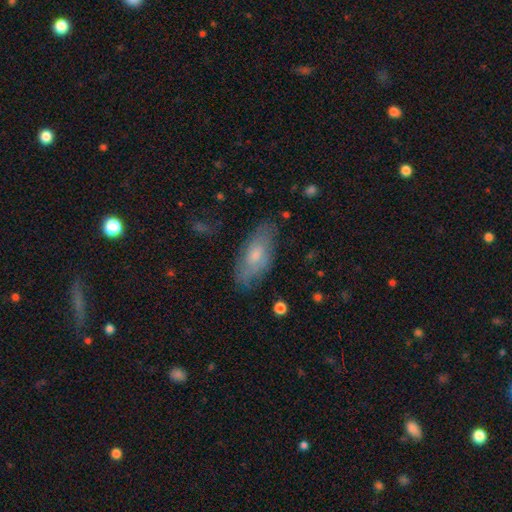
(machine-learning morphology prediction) Q: Smooth or featured?
A: smooth (63%); runner-up: featured or disk (31%)
Q: How rounded?
A: in between (82%); runner-up: cigar-shaped (16%)
Q: Merging?
A: none (74%); runner-up: minor disturbance (19%)